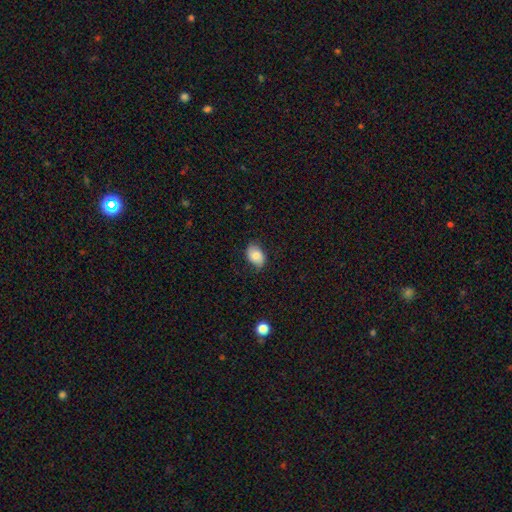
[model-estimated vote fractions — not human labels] The model was most divided on "merging": none: 75%, minor disturbance: 20%, major disturbance: 4%, merger: 1%. More confident: how rounded — in between (86%); smooth or featured — smooth (77%).